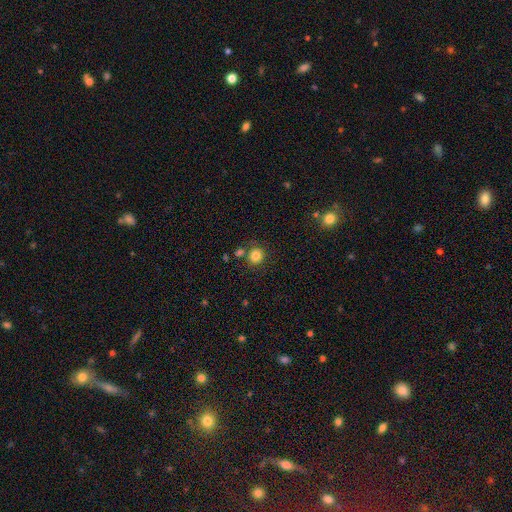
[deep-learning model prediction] A smooth galaxy with no disk features (82%) that is round (87%). Merging: none (75%).